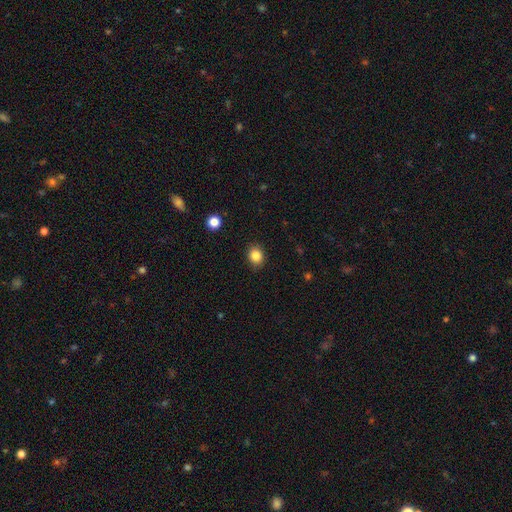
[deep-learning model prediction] This is clearly a smooth galaxy (85%). How rounded: likely round (66%). Merging: clearly none (88%).